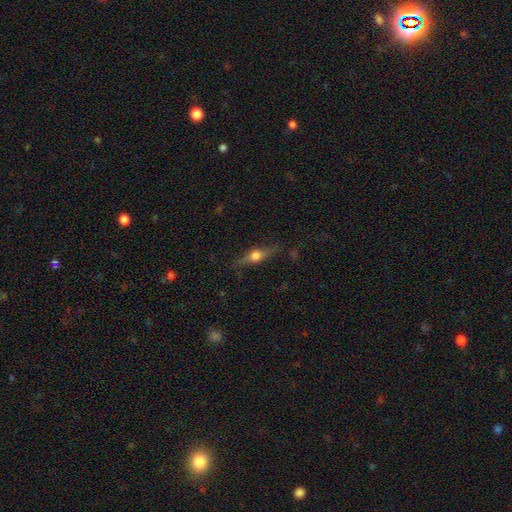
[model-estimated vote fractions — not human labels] Smooth or featured?
  - featured or disk: 56% *
  - smooth: 35%
  - star or artifact: 9%
Edge-on disk?
  - yes: 94% *
  - no: 6%
Edge-on bulge?
  - rounded: 94% *
  - boxy: 4%
  - none: 2%
Merging?
  - none: 80% *
  - minor disturbance: 14%
  - major disturbance: 4%
  - merger: 2%